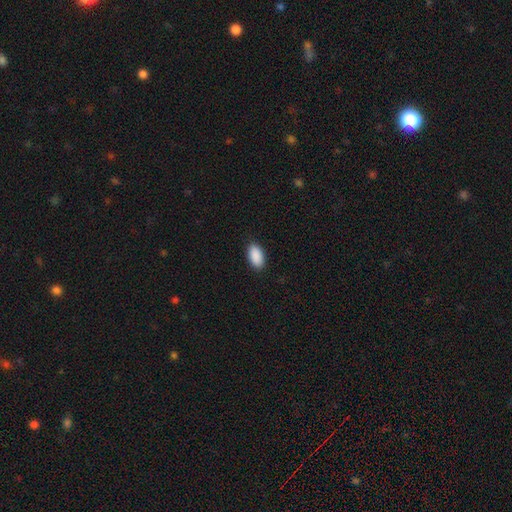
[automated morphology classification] Smooth or featured: smooth — 91% (star or artifact — 6%)
How rounded: in between — 95% (round — 3%)
Merging: none — 90% (minor disturbance — 8%)